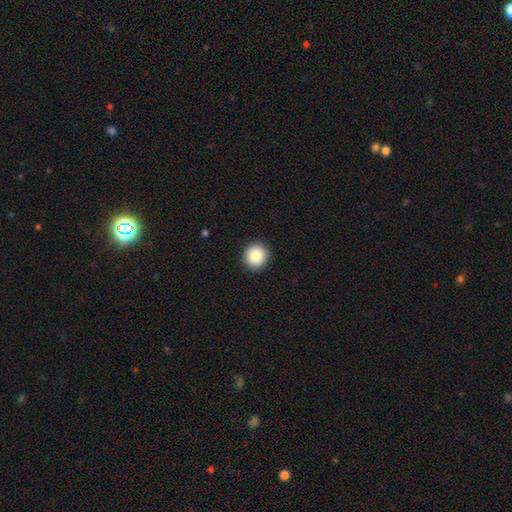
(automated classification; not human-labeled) This appears to be a smooth galaxy with no disk features (86%) that is round (93%). Merging: none (93%).